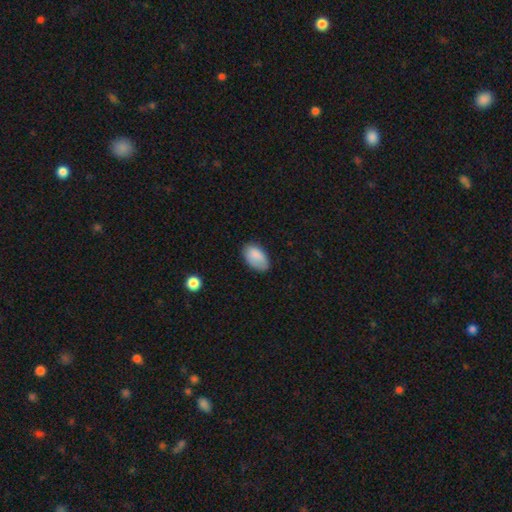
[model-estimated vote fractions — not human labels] Smooth or featured: smooth — 84% (featured or disk — 9%)
How rounded: in between — 94% (round — 5%)
Merging: none — 69% (minor disturbance — 24%)